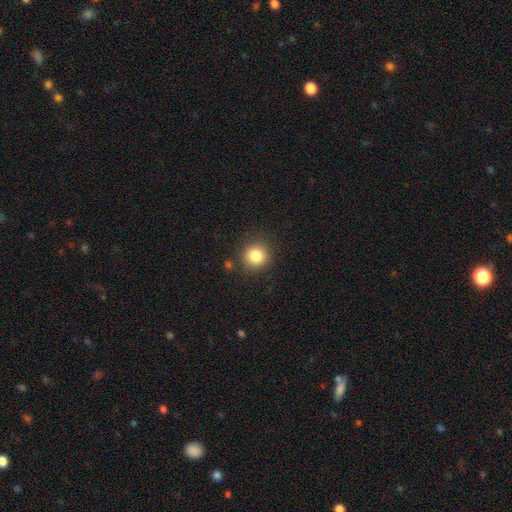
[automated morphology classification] This is clearly a smooth galaxy (83%). How rounded: clearly round (90%). Merging: clearly none (86%).